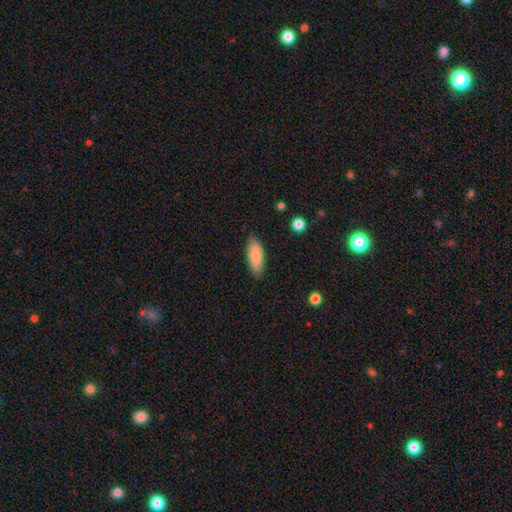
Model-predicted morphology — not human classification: Smooth or featured?
  - smooth: 84% *
  - featured or disk: 10%
  - star or artifact: 6%
How rounded?
  - in between: 80% *
  - cigar-shaped: 18%
  - round: 2%
Merging?
  - none: 83% *
  - minor disturbance: 14%
  - major disturbance: 2%
  - merger: 1%